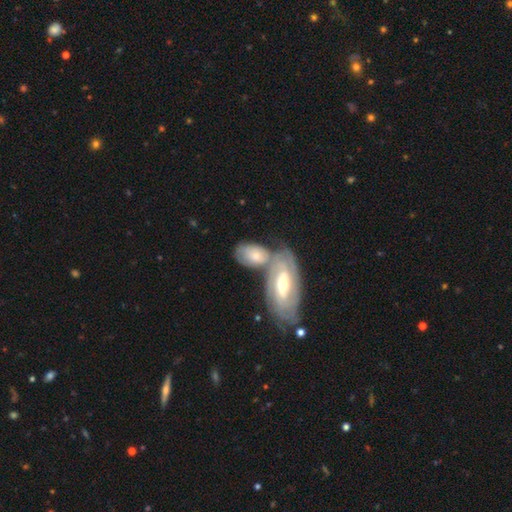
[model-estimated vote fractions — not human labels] smooth-or-featured: smooth: 50% | featured or disk: 44% | star or artifact: 5%
  how-rounded: in between: 87% | round: 9% | cigar-shaped: 4%
  merging: merger: 51% | none: 31% | minor disturbance: 13% | major disturbance: 5%